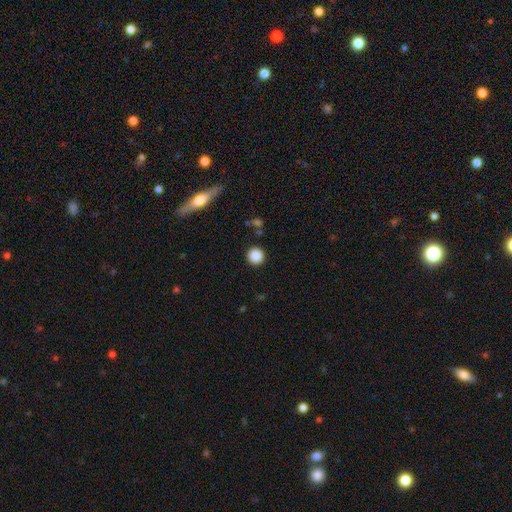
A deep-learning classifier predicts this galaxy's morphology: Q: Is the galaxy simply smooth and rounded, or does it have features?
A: smooth — 87%.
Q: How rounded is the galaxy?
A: round — 94%.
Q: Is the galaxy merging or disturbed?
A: none — 91%.